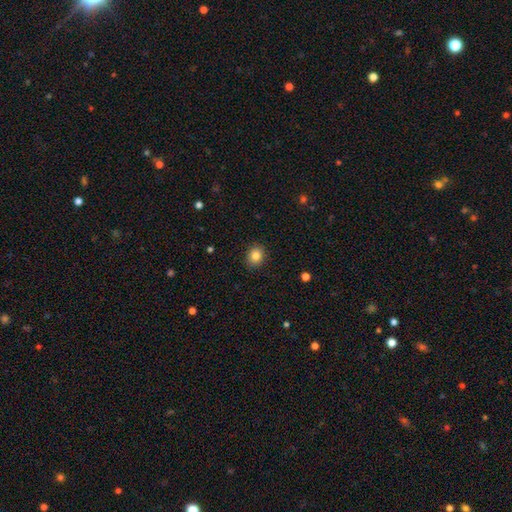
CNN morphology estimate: A smooth galaxy with no disk features (83%) that is round (62%). Merging: none (90%).